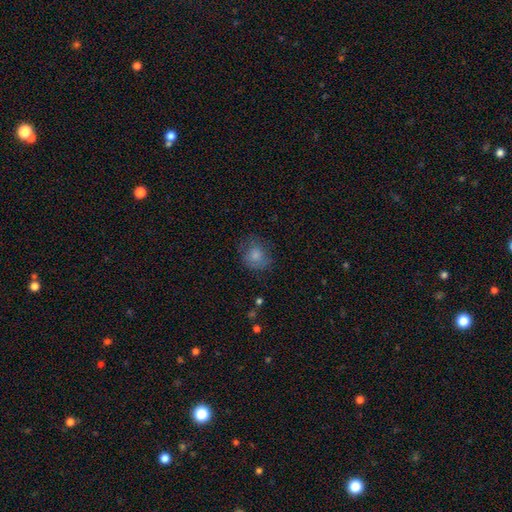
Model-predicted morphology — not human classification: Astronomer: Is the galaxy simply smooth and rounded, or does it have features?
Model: smooth — 80%.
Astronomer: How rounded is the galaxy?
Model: round — 75%.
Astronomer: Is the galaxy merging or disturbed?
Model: none — 63%.